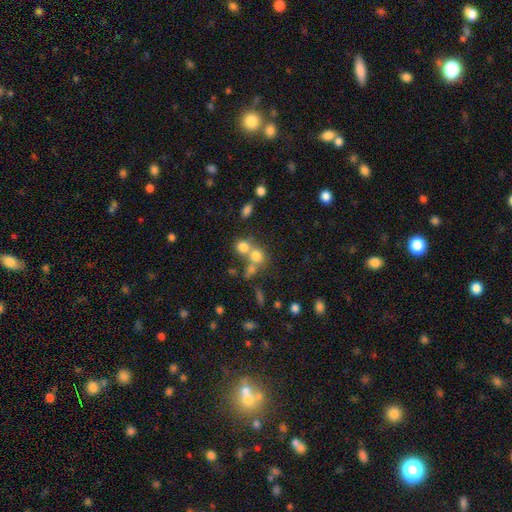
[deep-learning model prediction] Overall: smooth (72%). How rounded: round (77%). Merging: merger (50%; none 38%).